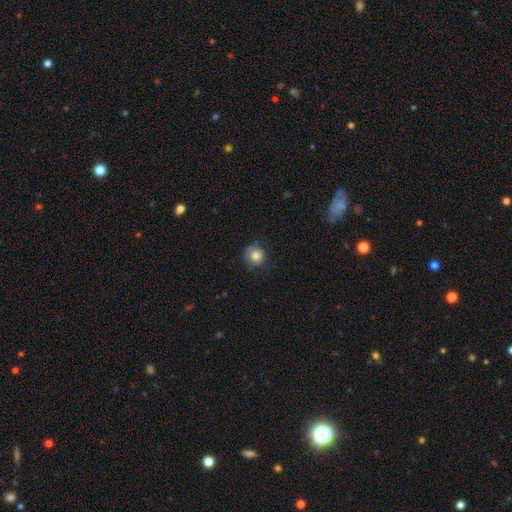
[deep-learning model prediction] Overall: smooth (73%). How rounded: round (87%). Merging: none (68%).